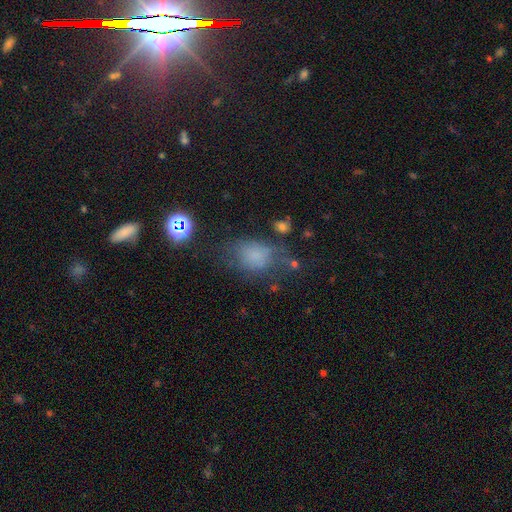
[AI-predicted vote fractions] A smooth galaxy with no disk features (65%) that is in between round and cigar-shaped (66%).

Vote fractions:
- Smooth or featured? smooth: 65% / star or artifact: 20% / featured or disk: 15%
- How rounded? in between: 66% / round: 33% / cigar-shaped: 2%
- Merging? none: 48% / minor disturbance: 26% / major disturbance: 19% / merger: 6%